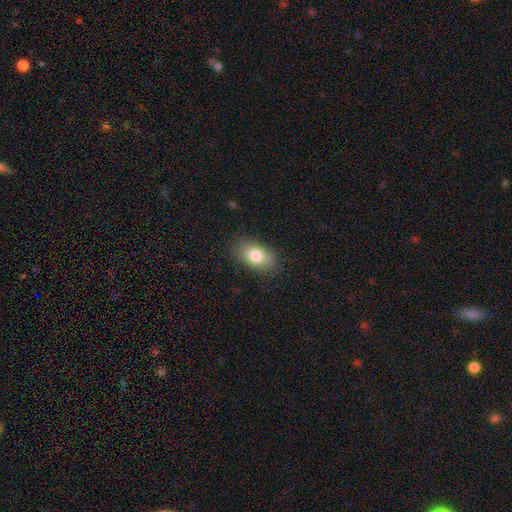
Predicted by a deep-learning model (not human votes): Smooth or featured? Predicted: smooth (p=0.79). How rounded? Predicted: in between (p=0.87). Merging? Predicted: none (p=0.83).